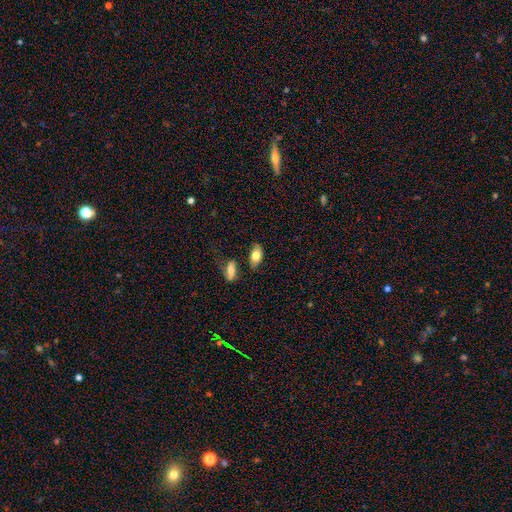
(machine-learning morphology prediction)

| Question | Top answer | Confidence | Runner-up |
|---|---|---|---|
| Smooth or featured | smooth | 74% | featured or disk (18%) |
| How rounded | in between | 90% | round (6%) |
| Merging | none | 65% | minor disturbance (20%) |